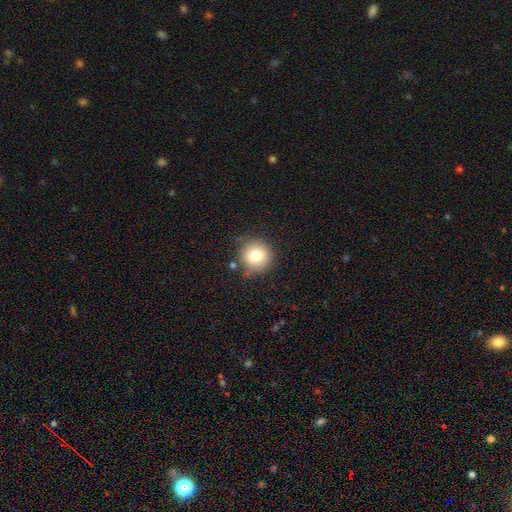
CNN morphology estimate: Smooth or featured? Predicted: smooth (p=0.78). How rounded? Predicted: round (p=0.94). Merging? Predicted: none (p=0.80).